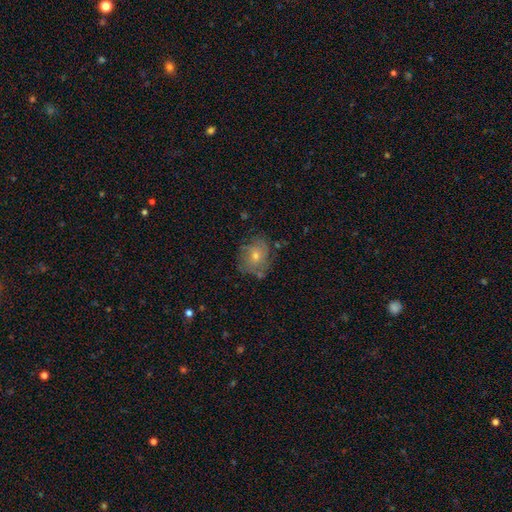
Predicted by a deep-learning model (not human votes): Morphology: type=smooth (49%); merging=none (70%).